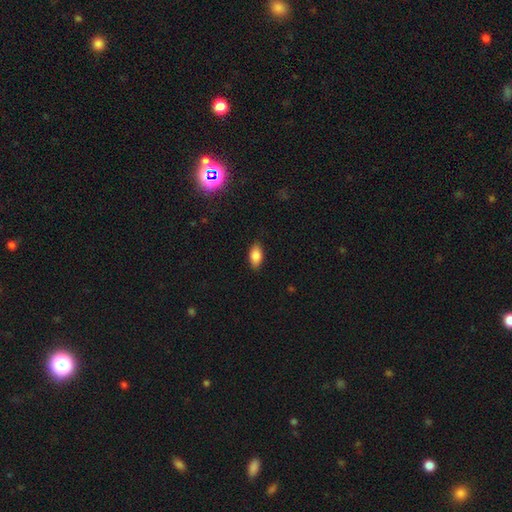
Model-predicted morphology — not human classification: Smooth or featured? Predicted: smooth (p=0.86). How rounded? Predicted: in between (p=0.91). Merging? Predicted: none (p=0.86).